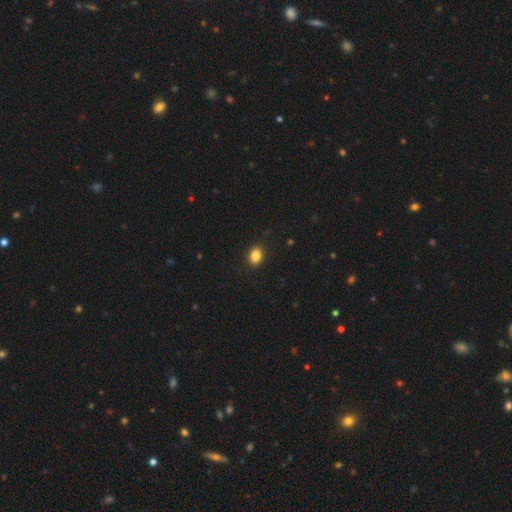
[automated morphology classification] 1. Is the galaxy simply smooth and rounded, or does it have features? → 86% smooth, 10% star or artifact, 4% featured or disk.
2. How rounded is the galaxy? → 63% in between, 36% round, 1% cigar-shaped.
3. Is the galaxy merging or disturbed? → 90% none, 7% minor disturbance, 2% major disturbance, 1% merger.